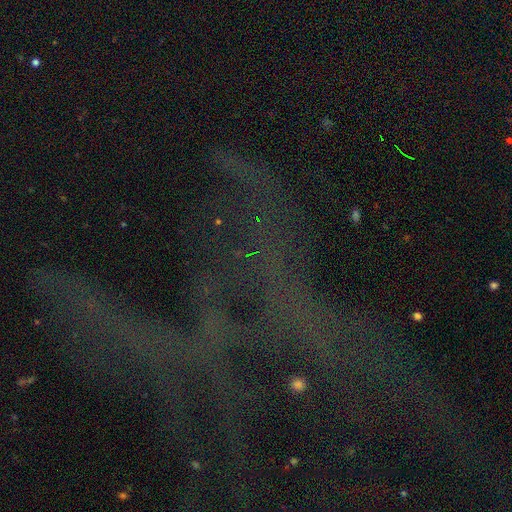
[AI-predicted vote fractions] Q: Smooth or featured?
A: star or artifact (73%); runner-up: featured or disk (15%)